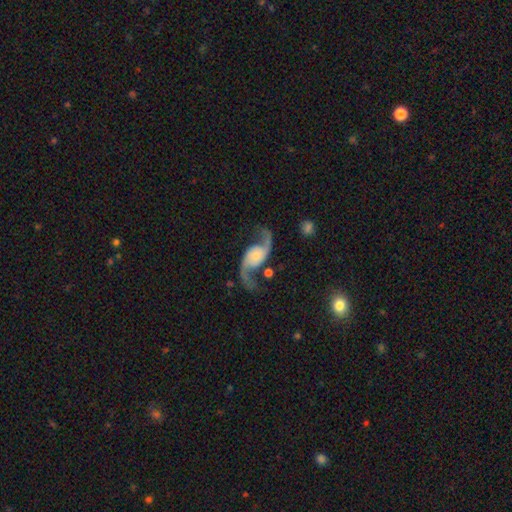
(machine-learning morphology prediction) smooth-or-featured: featured or disk: 90% | smooth: 5% | star or artifact: 5%
  disk-edge-on: no: 97% | yes: 3%
    bar: no: 65% | weak: 25% | strong: 9%
    has-spiral-arms: yes: 98% | no: 2%
      spiral-winding: loose: 83% | medium: 13% | tight: 3%
      spiral-arm-count: 2: 94% | 1: 2% | can't tell: 1% | 3: 1% | 4: 1% | more than 4: 1%
    bulge-size: small: 43% | moderate: 30% | large: 13% | none: 11% | dominant: 4%
  merging: none: 73% | minor disturbance: 14% | major disturbance: 10% | merger: 3%